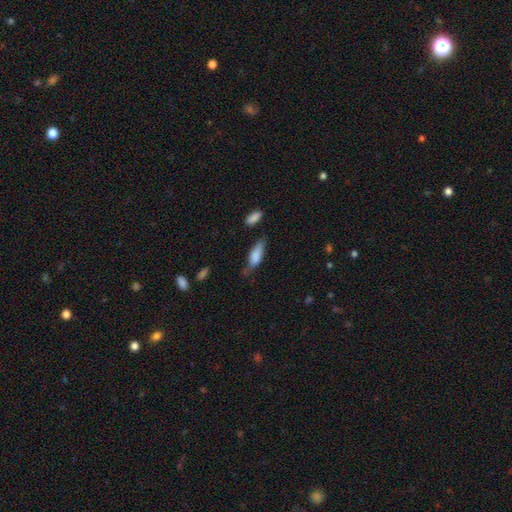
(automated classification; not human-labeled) smooth-or-featured: smooth: 79% | featured or disk: 14% | star or artifact: 7%
  how-rounded: in between: 60% | cigar-shaped: 37% | round: 2%
  merging: none: 47% | minor disturbance: 36% | major disturbance: 12% | merger: 6%